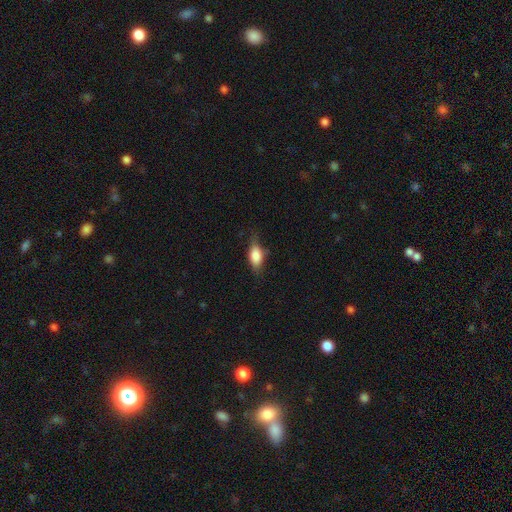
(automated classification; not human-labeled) Morphology: type=smooth (74%); roundness=in between (80%); merging=none (68%).